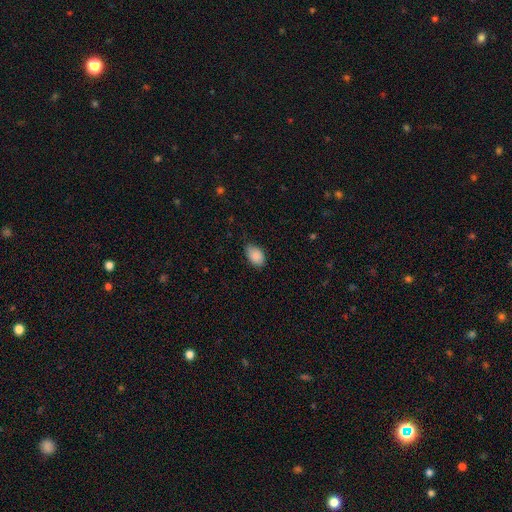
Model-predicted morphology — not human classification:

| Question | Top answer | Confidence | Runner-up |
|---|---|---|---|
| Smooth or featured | smooth | 89% | star or artifact (7%) |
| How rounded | in between | 89% | round (9%) |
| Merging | none | 73% | minor disturbance (23%) |